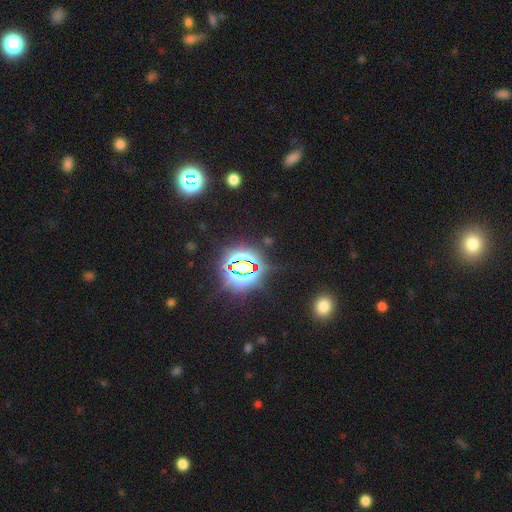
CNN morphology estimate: A star or artifact, not a galaxy (81%).